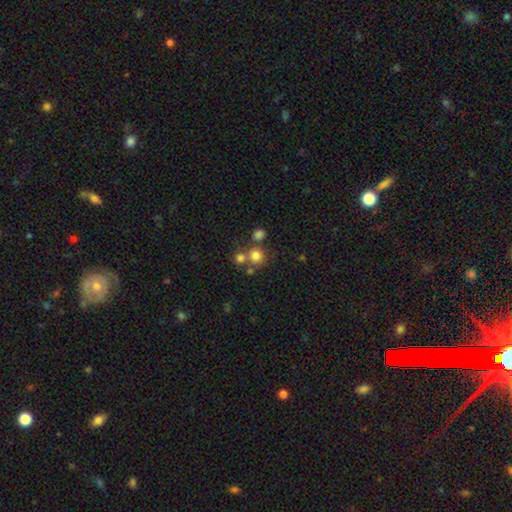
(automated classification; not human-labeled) smooth-or-featured: smooth: 75% | star or artifact: 15% | featured or disk: 10%
  how-rounded: round: 88% | in between: 11% | cigar-shaped: 1%
  merging: none: 59% | merger: 28% | minor disturbance: 8% | major disturbance: 4%